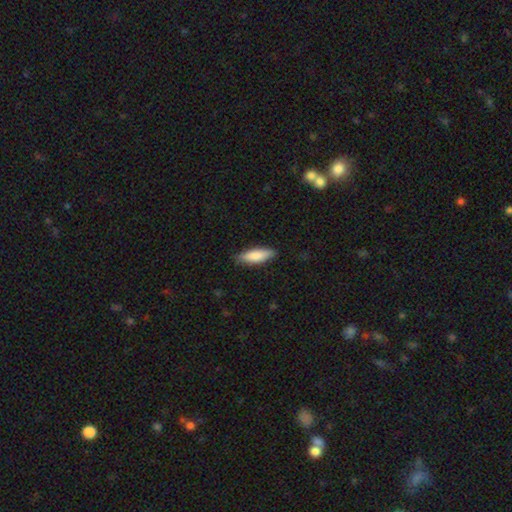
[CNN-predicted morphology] The model was most divided on "how rounded": in between: 50%, cigar-shaped: 48%, round: 2%. More confident: merging — none (84%); smooth or featured — smooth (80%).